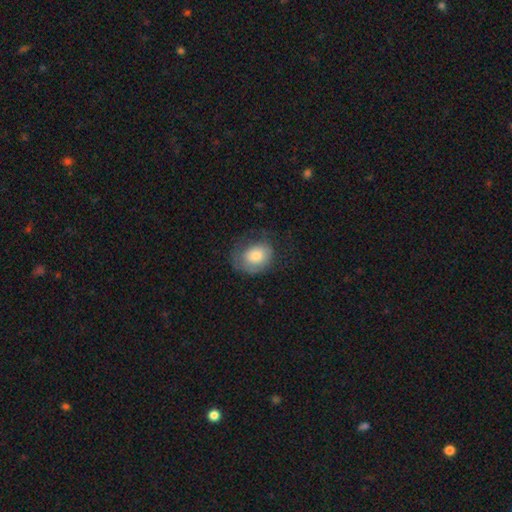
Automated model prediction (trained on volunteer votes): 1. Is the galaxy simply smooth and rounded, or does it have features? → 68% smooth, 25% featured or disk, 7% star or artifact.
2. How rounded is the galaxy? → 53% in between, 46% round, 1% cigar-shaped.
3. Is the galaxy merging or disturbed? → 53% none, 25% minor disturbance, 21% major disturbance, 1% merger.